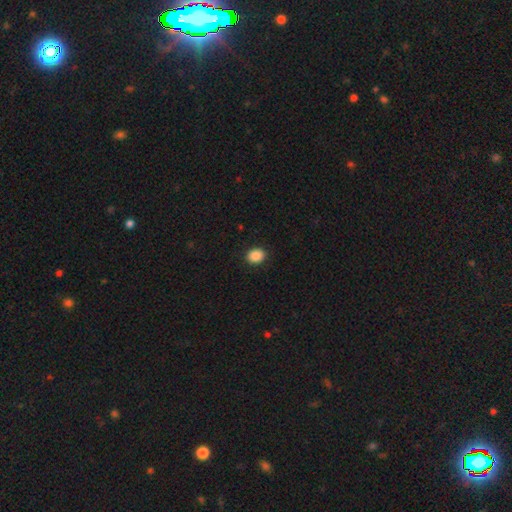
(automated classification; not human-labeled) Q: Smooth or featured?
A: smooth (88%); runner-up: star or artifact (9%)
Q: How rounded?
A: round (53%); runner-up: in between (47%)
Q: Merging?
A: none (91%); runner-up: minor disturbance (7%)